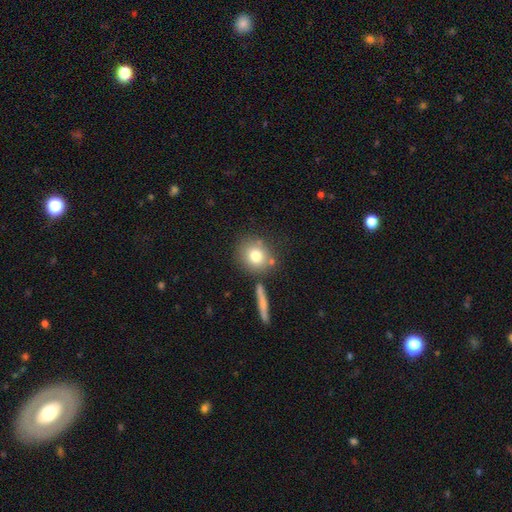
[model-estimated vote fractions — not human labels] A smooth galaxy with no disk features (78%) that is round (81%).

Vote fractions:
- Smooth or featured? smooth: 78% / featured or disk: 13% / star or artifact: 10%
- How rounded? round: 81% / in between: 18% / cigar-shaped: 2%
- Merging? none: 71% / merger: 13% / minor disturbance: 12% / major disturbance: 4%